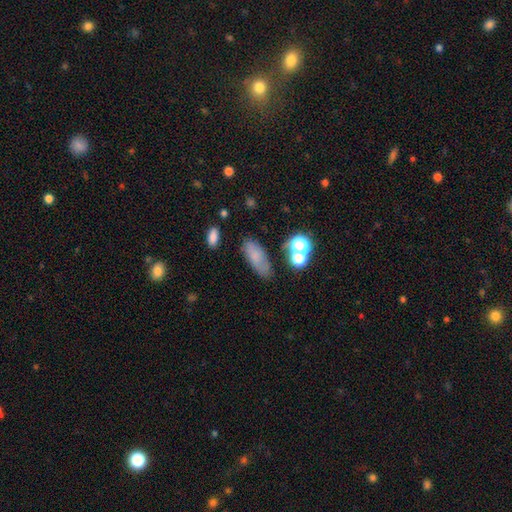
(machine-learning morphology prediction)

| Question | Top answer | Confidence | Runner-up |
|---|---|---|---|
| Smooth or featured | smooth | 70% | featured or disk (17%) |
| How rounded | in between | 77% | cigar-shaped (17%) |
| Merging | none | 64% | minor disturbance (20%) |